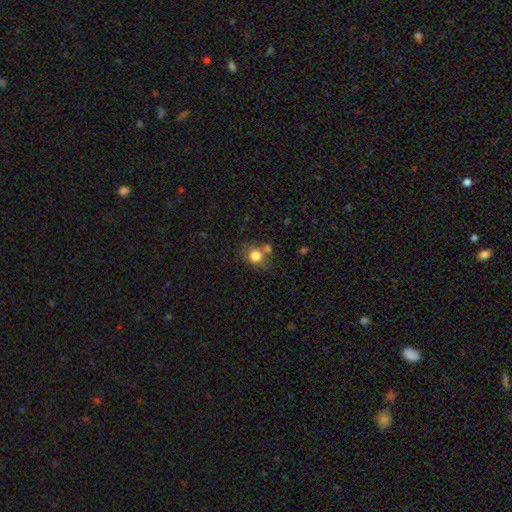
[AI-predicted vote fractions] smooth-or-featured: smooth: 82% | star or artifact: 10% | featured or disk: 8%
  how-rounded: round: 76% | in between: 23% | cigar-shaped: 1%
  merging: none: 58% | merger: 22% | minor disturbance: 14% | major disturbance: 6%